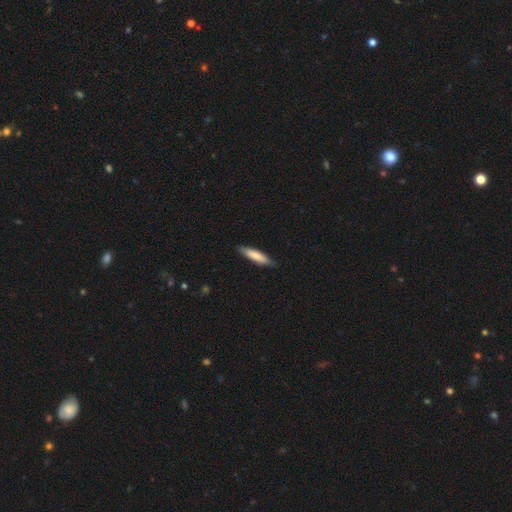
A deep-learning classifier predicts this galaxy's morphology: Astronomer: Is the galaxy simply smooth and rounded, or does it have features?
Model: smooth — 78%.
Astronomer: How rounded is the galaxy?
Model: cigar-shaped — 80%.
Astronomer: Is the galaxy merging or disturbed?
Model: none — 86%.